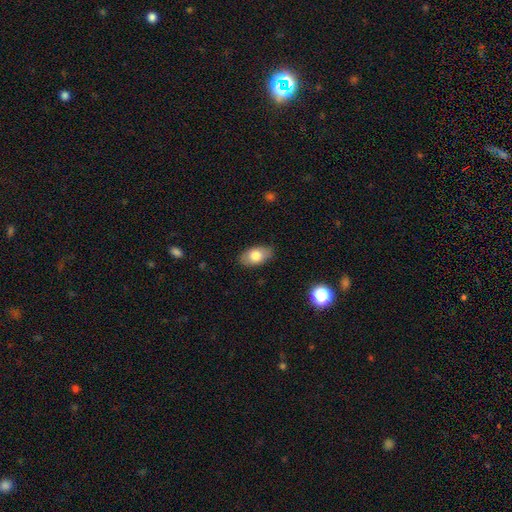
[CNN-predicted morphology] A smooth galaxy with no disk features (78%) that is in between round and cigar-shaped (92%).

Vote fractions:
- Smooth or featured? smooth: 78% / featured or disk: 15% / star or artifact: 7%
- How rounded? in between: 92% / round: 6% / cigar-shaped: 2%
- Merging? none: 85% / minor disturbance: 12% / major disturbance: 3% / merger: 1%